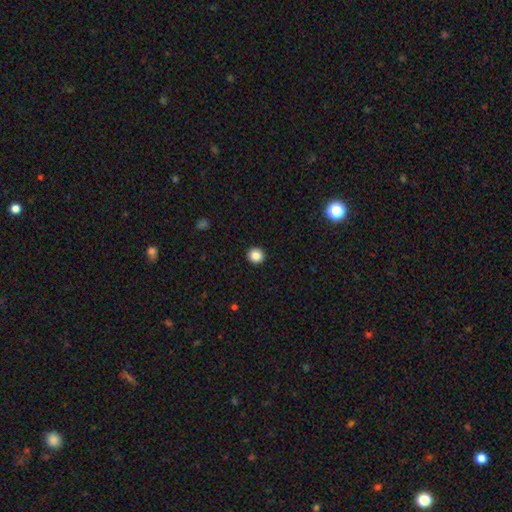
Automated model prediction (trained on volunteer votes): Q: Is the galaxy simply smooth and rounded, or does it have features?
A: smooth — 85%.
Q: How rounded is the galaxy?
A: round — 94%.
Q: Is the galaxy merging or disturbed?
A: none — 94%.